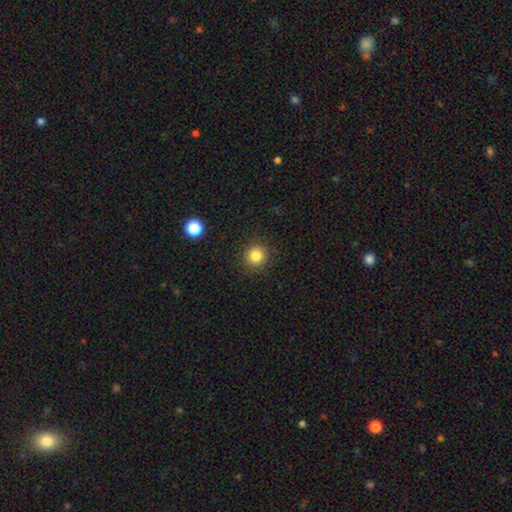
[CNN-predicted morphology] Smooth or featured? smooth (83%)
How rounded? round (92%)
Merging? none (90%)